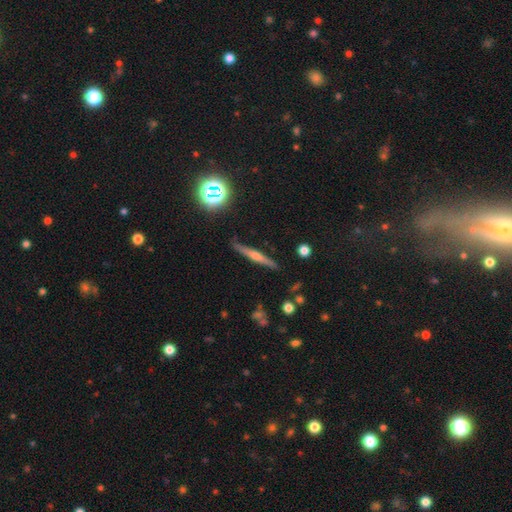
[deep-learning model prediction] This is likely a featured or disk galaxy (63%). It is clearly viewed edge-on (96%). Edge-on bulge: likely rounded (79%). Merging: clearly none (88%).